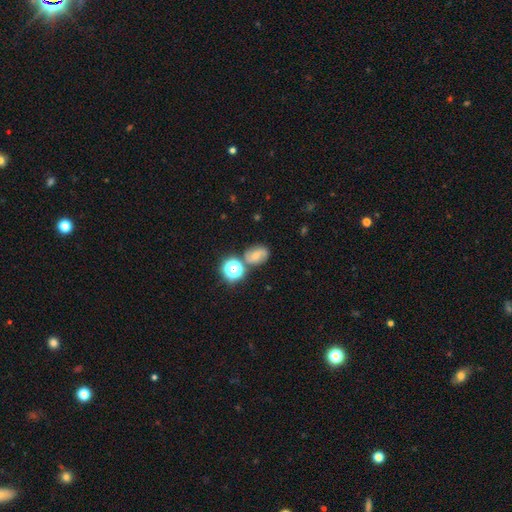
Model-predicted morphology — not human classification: Q: Smooth or featured?
A: smooth (46%); runner-up: featured or disk (35%)
Q: Merging?
A: none (65%); runner-up: minor disturbance (16%)